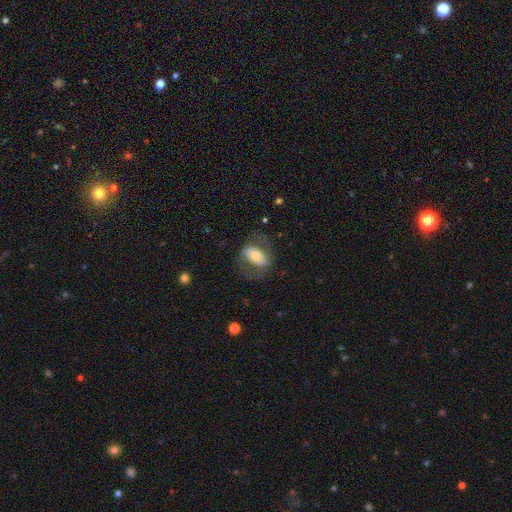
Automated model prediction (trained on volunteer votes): A featured or disk galaxy (53%). Merging: none (60%).